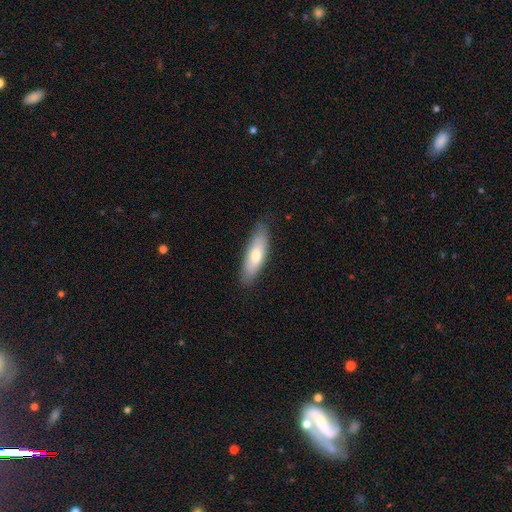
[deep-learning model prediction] Q: Smooth or featured?
A: smooth (69%); runner-up: featured or disk (25%)
Q: How rounded?
A: in between (54%); runner-up: cigar-shaped (44%)
Q: Merging?
A: none (81%); runner-up: minor disturbance (15%)